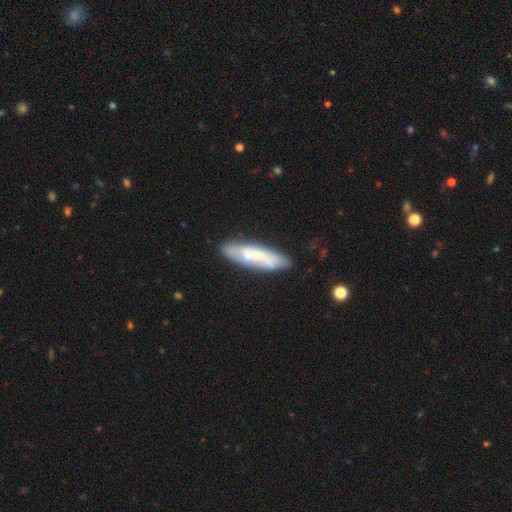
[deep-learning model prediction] The model was most divided on "smooth or featured": smooth: 47%, featured or disk: 46%, star or artifact: 7%. More confident: merging — none (72%).